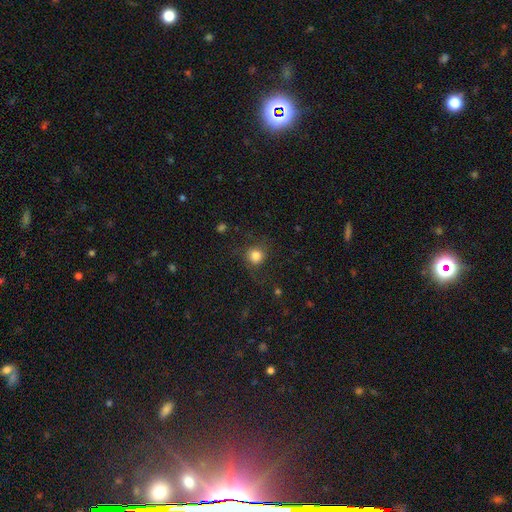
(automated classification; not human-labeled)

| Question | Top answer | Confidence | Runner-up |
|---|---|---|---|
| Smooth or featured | smooth | 81% | star or artifact (11%) |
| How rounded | round | 88% | in between (11%) |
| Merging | none | 71% | minor disturbance (16%) |